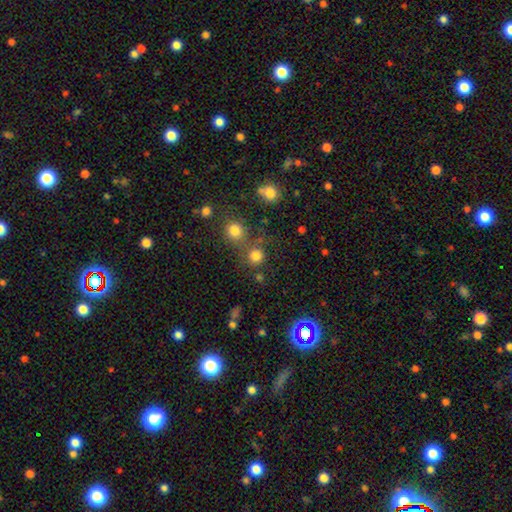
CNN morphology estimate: A smooth galaxy with no disk features (80%) that is round (92%). Merging: none (67%).